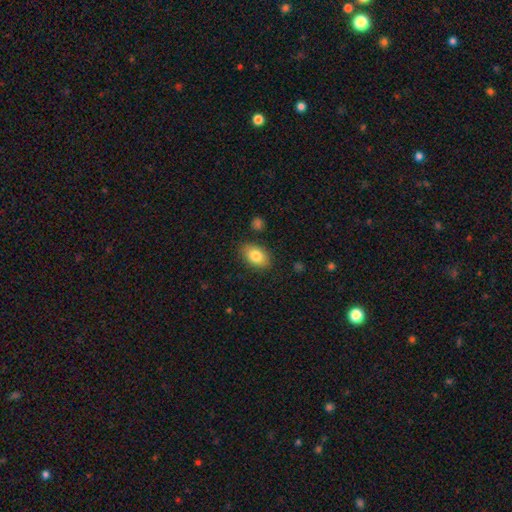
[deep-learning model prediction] The model was most divided on "smooth or featured": smooth: 82%, featured or disk: 10%, star or artifact: 8%. More confident: how rounded — in between (86%); merging — none (84%).